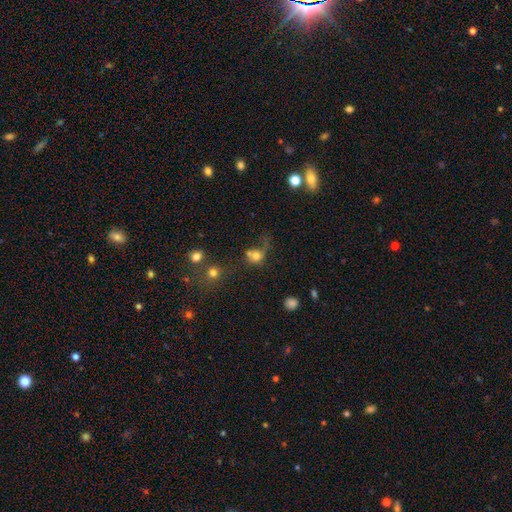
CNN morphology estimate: A smooth galaxy with no disk features (70%) that is round (75%).

Vote fractions:
- Smooth or featured? smooth: 70% / featured or disk: 16% / star or artifact: 14%
- How rounded? round: 75% / in between: 24% / cigar-shaped: 1%
- Merging? none: 30% (tied) / merger: 30% (tied) / major disturbance: 25% / minor disturbance: 15%